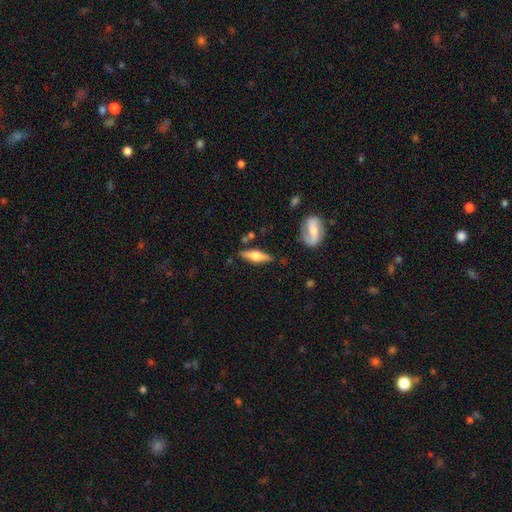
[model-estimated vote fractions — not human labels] Q: Smooth or featured?
A: featured or disk (60%); runner-up: smooth (34%)
Q: Edge-on disk?
A: yes (92%); runner-up: no (8%)
Q: Edge-on bulge?
A: rounded (91%); runner-up: boxy (7%)
Q: Merging?
A: none (81%); runner-up: minor disturbance (12%)